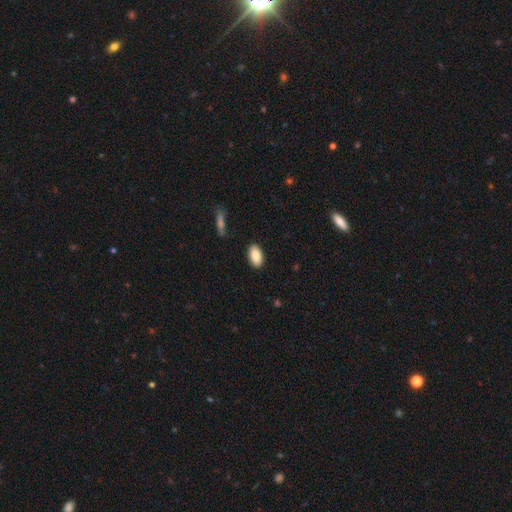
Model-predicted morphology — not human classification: Q: Smooth or featured?
A: smooth (88%); runner-up: star or artifact (6%)
Q: How rounded?
A: in between (93%); runner-up: round (4%)
Q: Merging?
A: none (89%); runner-up: minor disturbance (8%)